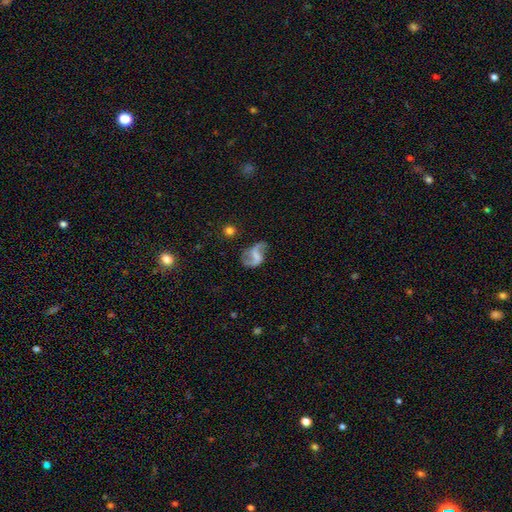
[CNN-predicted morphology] Overall: featured or disk (80%). Edge-on disk: no (98%). Bar: weak (43%; no 29%). Spiral arms: yes (93%). Spiral arm count: 2 (90%). Spiral winding: loose (70%). Bulge size: none (63%). Merging: none (64%).